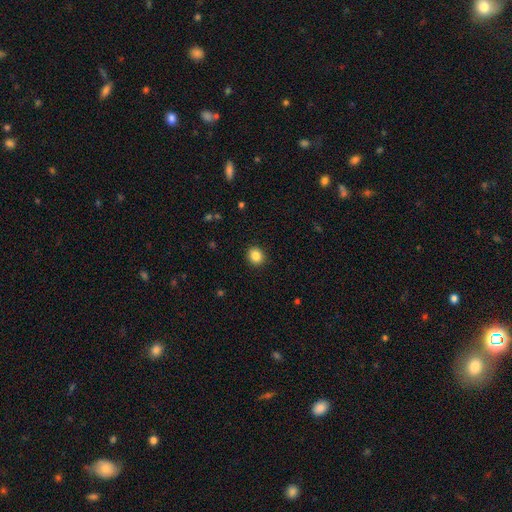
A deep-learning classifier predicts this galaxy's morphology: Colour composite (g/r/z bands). It shows a smooth galaxy with no disk features (86%) that is round (77%). Merging: none (92%).